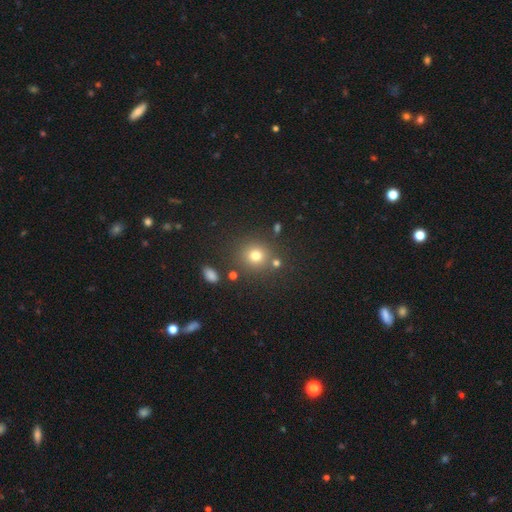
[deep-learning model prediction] This is likely a smooth galaxy (75%). How rounded: clearly round (87%). Merging: likely none (79%).